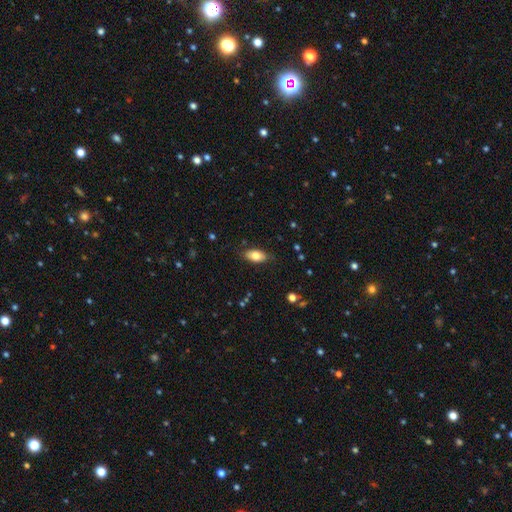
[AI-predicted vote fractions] This is likely a smooth galaxy (78%). How rounded: clearly in between (91%). Merging: clearly none (82%).